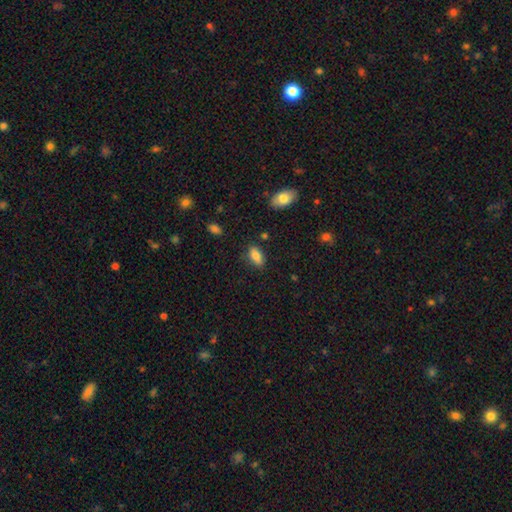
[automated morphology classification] Smooth or featured? smooth (80%)
How rounded? in between (86%)
Merging? none (82%)